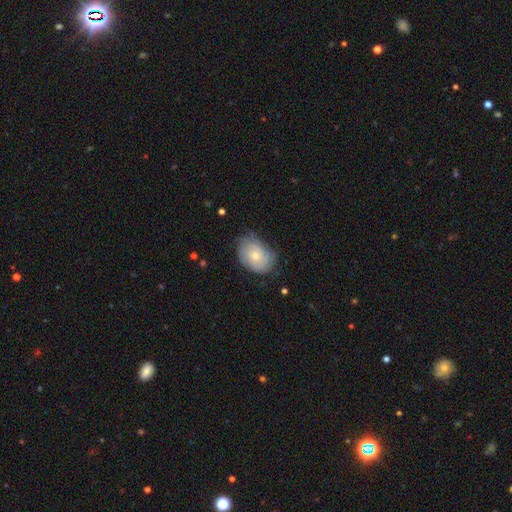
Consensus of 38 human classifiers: smooth_or_featured: featured or disk (p=0.58) [alt: smooth p=0.37]
disk_edge_on: no (p=1.00)
bar: no (p=0.82) [alt: weak p=0.18]
has_spiral_arms: yes (p=0.91) [alt: no p=0.09]
spiral_winding: tight (p=0.85) [alt: medium p=0.10]
spiral_arm_count: can't tell (p=0.55) [alt: 3 p=0.20]
bulge_size: small (p=0.50) [alt: moderate p=0.41]
merging: none (p=0.58) [alt: minor disturbance p=0.42]